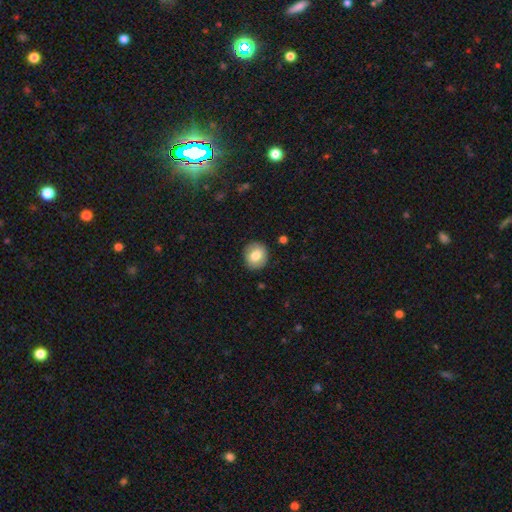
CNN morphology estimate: A smooth galaxy with no disk features (79%) that is round (77%).

Vote fractions:
- Smooth or featured? smooth: 79% / featured or disk: 13% / star or artifact: 8%
- How rounded? round: 77% / in between: 22% / cigar-shaped: 1%
- Merging? none: 89% / minor disturbance: 8% / major disturbance: 2% / merger: 1%